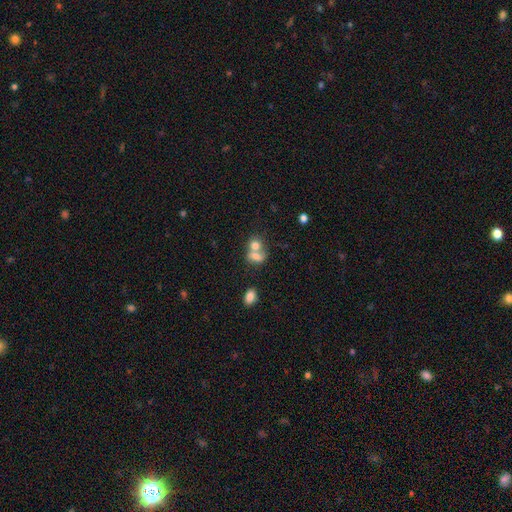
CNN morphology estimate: type=smooth (74%); roundness=in between (52%); merging=merger (64%).